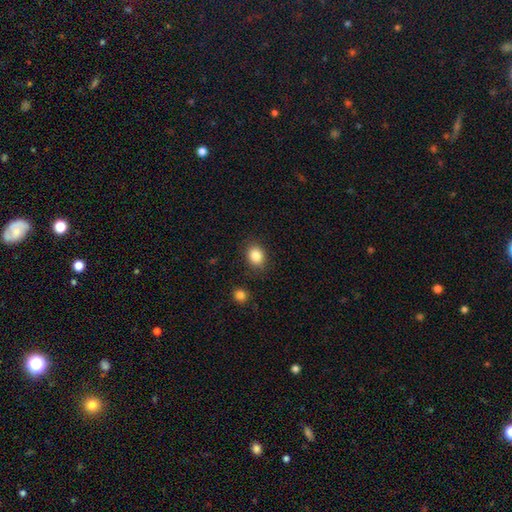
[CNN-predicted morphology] A smooth galaxy with no disk features (85%) that is in between round and cigar-shaped (56%).

Vote fractions:
- Smooth or featured? smooth: 85% / star or artifact: 9% / featured or disk: 5%
- How rounded? in between: 56% / round: 43% / cigar-shaped: 1%
- Merging? none: 85% / minor disturbance: 10% / major disturbance: 3% / merger: 2%